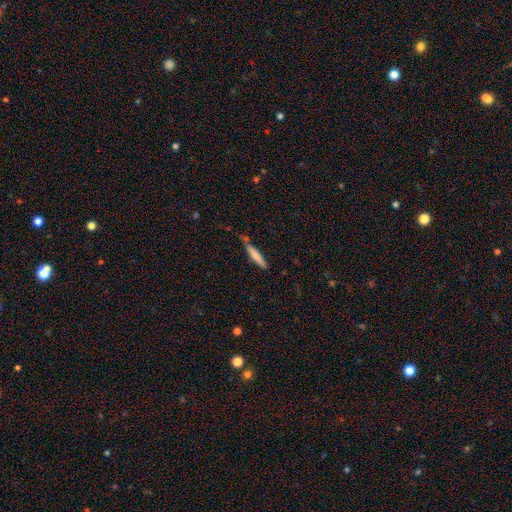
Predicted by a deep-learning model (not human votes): smooth-or-featured: smooth: 71% | featured or disk: 23% | star or artifact: 6%
  how-rounded: cigar-shaped: 91% | in between: 7% | round: 1%
  merging: none: 63% | minor disturbance: 24% | merger: 8% | major disturbance: 5%